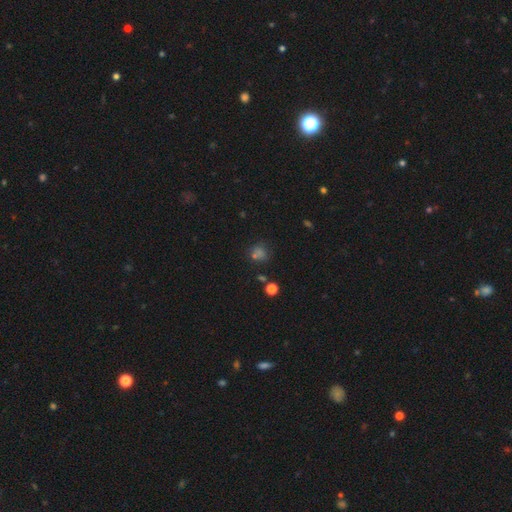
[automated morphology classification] smooth 55%, star or artifact 37%, featured or disk 8%. Down the decision tree: how rounded — round (85%); merging — none (75%).